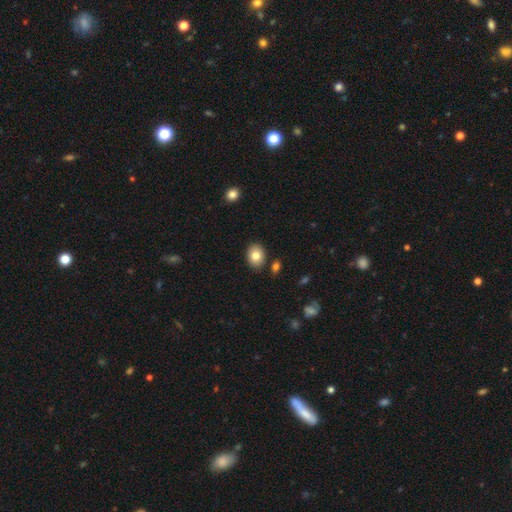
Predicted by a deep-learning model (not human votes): Q: Smooth or featured?
A: smooth (82%); runner-up: featured or disk (10%)
Q: How rounded?
A: in between (61%); runner-up: round (38%)
Q: Merging?
A: none (86%); runner-up: minor disturbance (9%)